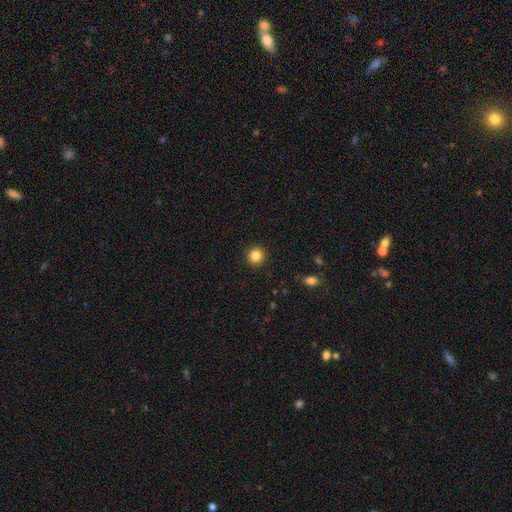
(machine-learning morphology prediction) type=smooth (85%); roundness=round (93%); merging=none (92%).